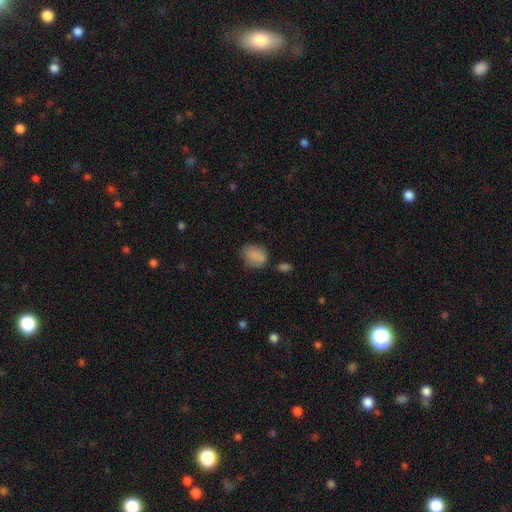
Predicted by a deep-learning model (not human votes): The model was most divided on "how rounded": in between: 57%, round: 42%, cigar-shaped: 1%. More confident: smooth or featured — smooth (82%); merging — none (58%).